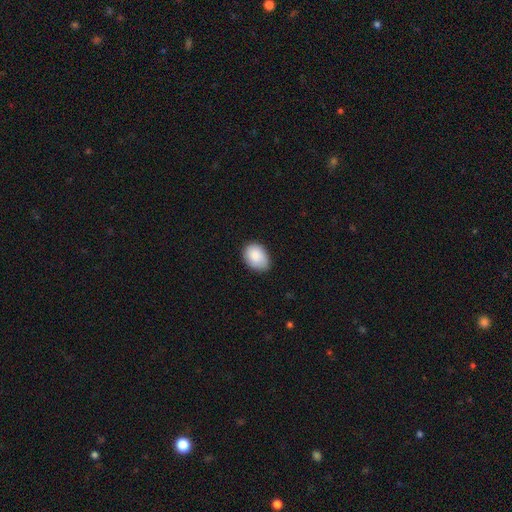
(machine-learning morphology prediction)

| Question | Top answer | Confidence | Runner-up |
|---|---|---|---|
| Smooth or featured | smooth | 87% | star or artifact (6%) |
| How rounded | in between | 77% | round (22%) |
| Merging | none | 76% | minor disturbance (21%) |